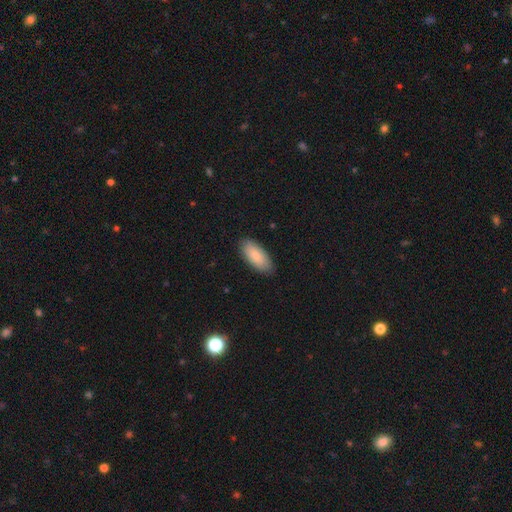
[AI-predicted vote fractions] Smooth or featured? Predicted: smooth (p=0.81). How rounded? Predicted: in between (p=0.90). Merging? Predicted: none (p=0.86).